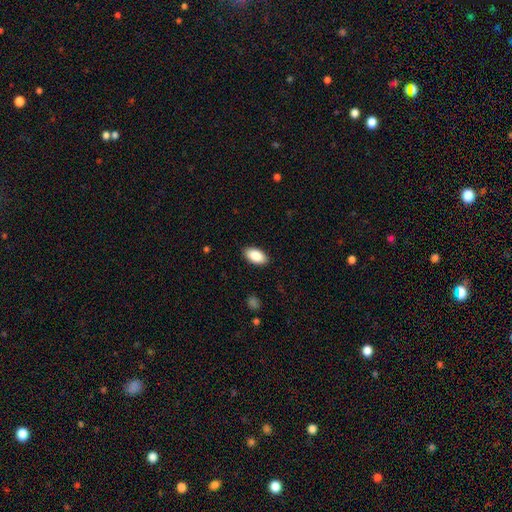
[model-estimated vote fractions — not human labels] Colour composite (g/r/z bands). It shows a smooth galaxy with no disk features (88%) that is in between round and cigar-shaped (95%). Merging: none (89%).